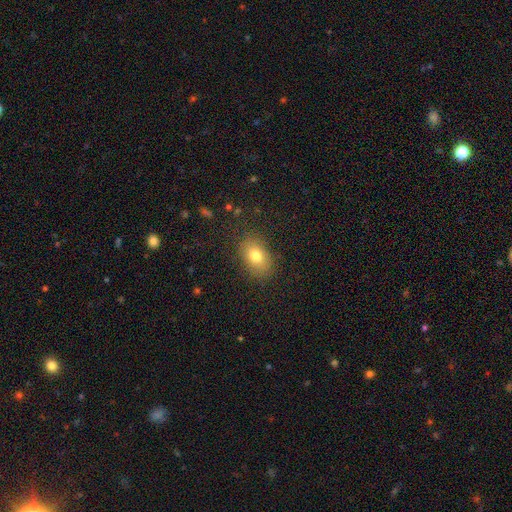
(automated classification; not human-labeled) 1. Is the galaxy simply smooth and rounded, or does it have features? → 77% smooth, 12% featured or disk, 10% star or artifact.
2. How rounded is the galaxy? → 79% in between, 19% round, 1% cigar-shaped.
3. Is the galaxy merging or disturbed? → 84% none, 11% minor disturbance, 4% major disturbance, 1% merger.